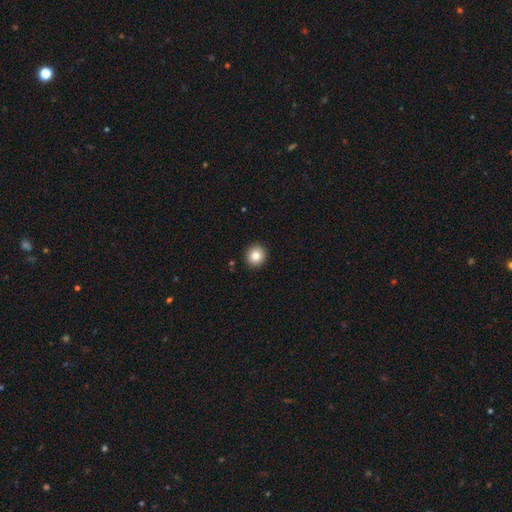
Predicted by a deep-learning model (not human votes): Q: Smooth or featured?
A: smooth (82%); runner-up: star or artifact (10%)
Q: How rounded?
A: round (91%); runner-up: in between (8%)
Q: Merging?
A: none (92%); runner-up: minor disturbance (5%)